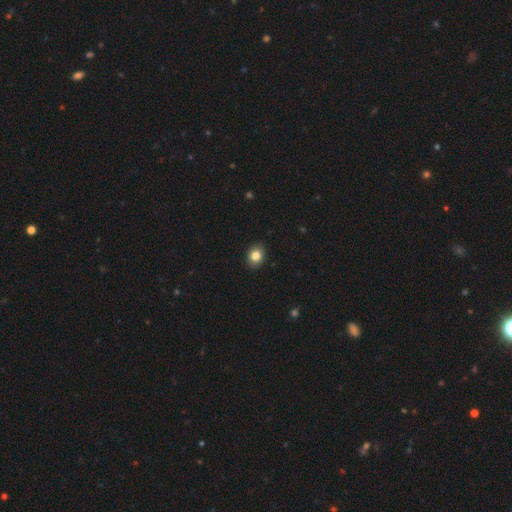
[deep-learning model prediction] A smooth galaxy with no disk features (83%) that is round (51%).

Vote fractions:
- Smooth or featured? smooth: 83% / star or artifact: 10% / featured or disk: 8%
- How rounded? round: 51% / in between: 48% / cigar-shaped: 1%
- Merging? none: 89% / minor disturbance: 8% / major disturbance: 2% / merger: 1%